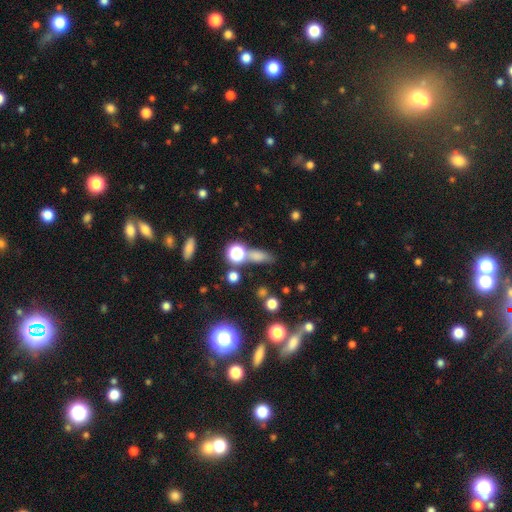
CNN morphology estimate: A smooth galaxy with no disk features (67%) that is in between round and cigar-shaped (52%).

Vote fractions:
- Smooth or featured? smooth: 67% / star or artifact: 22% / featured or disk: 11%
- How rounded? in between: 52% / cigar-shaped: 25% / round: 22%
- Merging? none: 59% / merger: 19% / minor disturbance: 15% / major disturbance: 7%